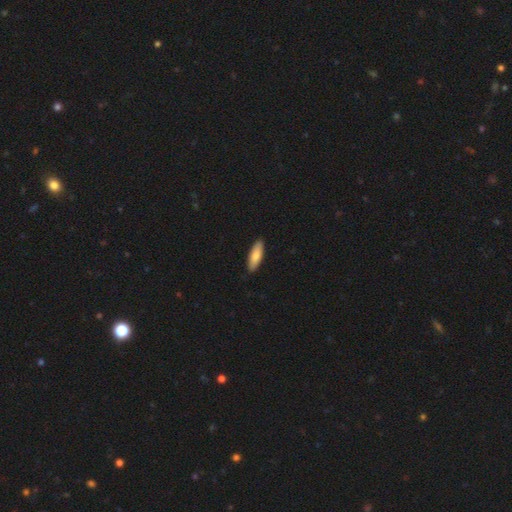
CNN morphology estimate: Q: Smooth or featured?
A: smooth (81%); runner-up: featured or disk (14%)
Q: How rounded?
A: in between (56%); runner-up: cigar-shaped (42%)
Q: Merging?
A: none (89%); runner-up: minor disturbance (9%)